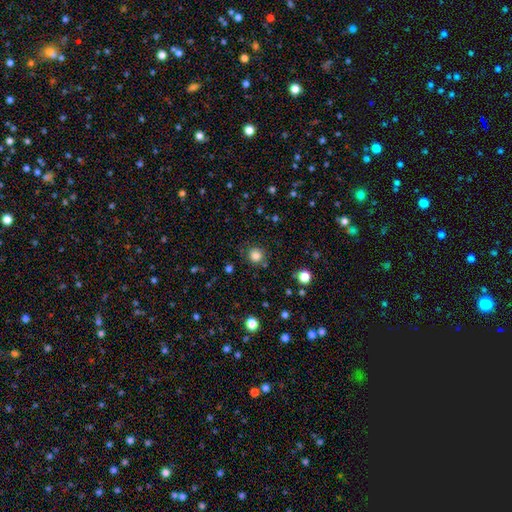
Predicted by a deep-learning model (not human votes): Q: Smooth or featured?
A: smooth (83%); runner-up: star or artifact (12%)
Q: How rounded?
A: round (93%); runner-up: in between (6%)
Q: Merging?
A: none (85%); runner-up: minor disturbance (9%)